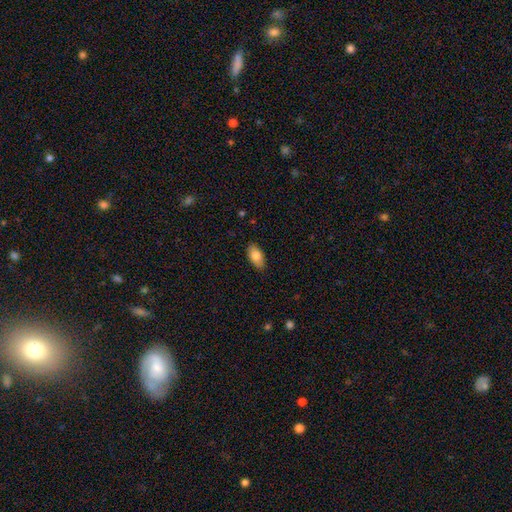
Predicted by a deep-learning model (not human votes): A smooth galaxy with no disk features (82%) that is in between round and cigar-shaped (92%).

Vote fractions:
- Smooth or featured? smooth: 82% / featured or disk: 11% / star or artifact: 7%
- How rounded? in between: 92% / cigar-shaped: 5% / round: 3%
- Merging? none: 86% / minor disturbance: 11% / major disturbance: 2% / merger: 1%